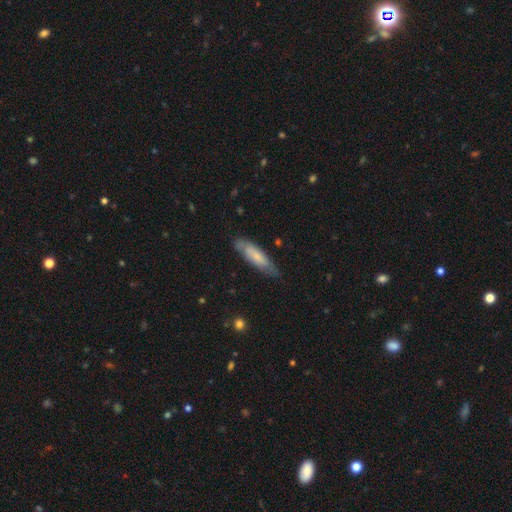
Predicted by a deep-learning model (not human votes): This appears to be a smooth galaxy with no disk features (61%) that is cigar-shaped (63%). Merging: none (72%).